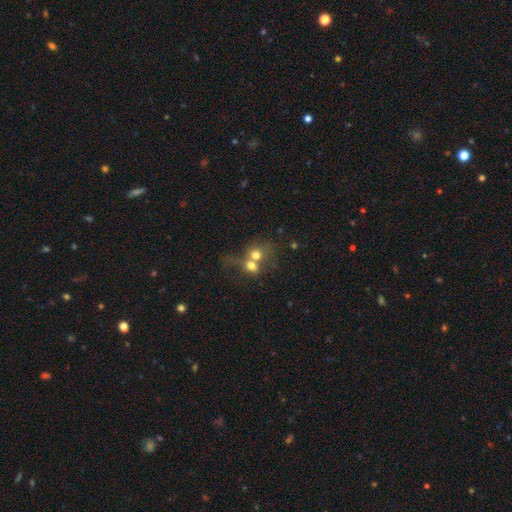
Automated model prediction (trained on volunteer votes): smooth-or-featured: smooth: 68% | featured or disk: 20% | star or artifact: 12%
  how-rounded: round: 68% | in between: 31% | cigar-shaped: 1%
  merging: merger: 67% | none: 20% | major disturbance: 7% | minor disturbance: 6%